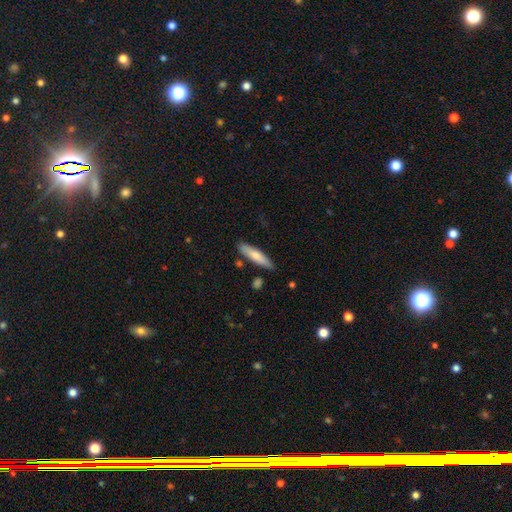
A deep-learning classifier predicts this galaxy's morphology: Smooth or featured? Predicted: smooth (p=0.73). How rounded? Predicted: cigar-shaped (p=0.76). Merging? Predicted: none (p=0.83).